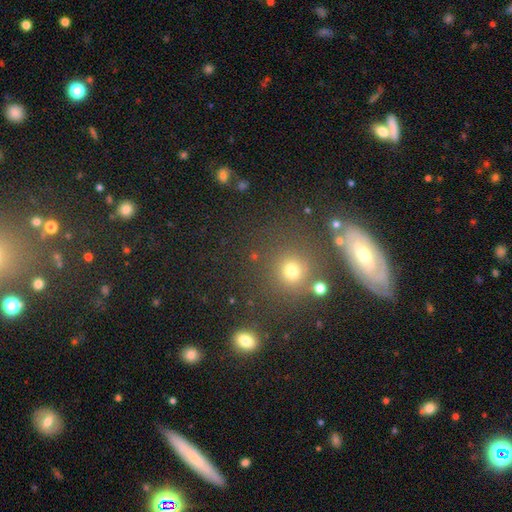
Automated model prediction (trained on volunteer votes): Smooth or featured? Predicted: smooth (p=0.53). How rounded? Predicted: round (p=0.75). Merging? Predicted: none (p=0.76).